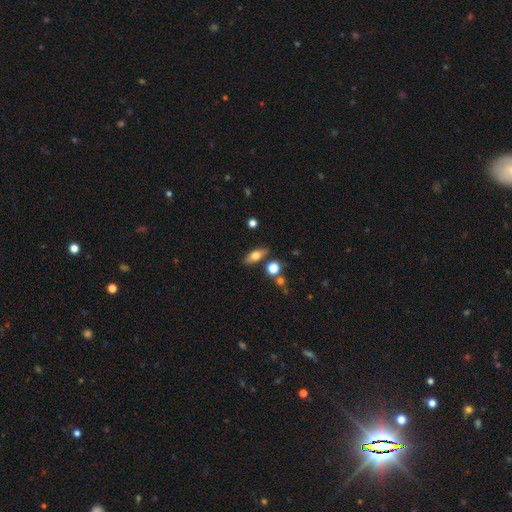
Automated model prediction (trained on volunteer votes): smooth-or-featured: smooth: 64% | featured or disk: 27% | star or artifact: 9%
  how-rounded: in between: 70% | cigar-shaped: 23% | round: 8%
  merging: none: 81% | minor disturbance: 10% | merger: 6% | major disturbance: 3%